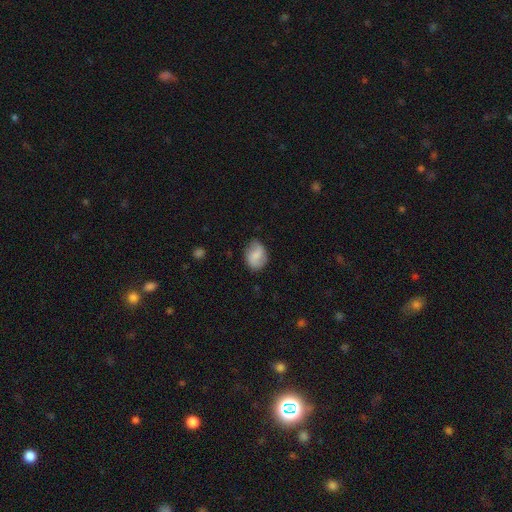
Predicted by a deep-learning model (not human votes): This is likely a smooth galaxy (61%). How rounded: likely in between (62%). Merging: likely none (74%).